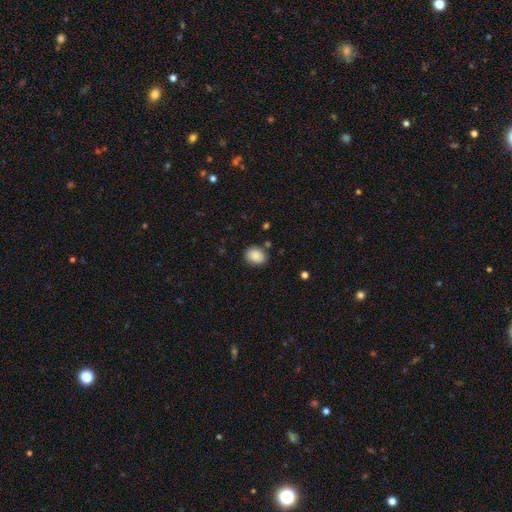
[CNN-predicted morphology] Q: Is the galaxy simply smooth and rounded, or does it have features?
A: smooth — 84%.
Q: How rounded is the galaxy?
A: round — 50%.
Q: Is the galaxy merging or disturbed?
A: none — 79%.